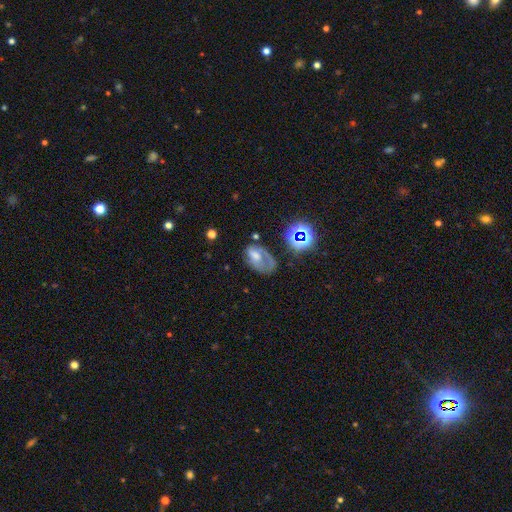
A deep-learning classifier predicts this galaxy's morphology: smooth-or-featured: featured or disk: 41% (tied) | smooth: 41% (tied) | star or artifact: 18%
  merging: none: 36% | major disturbance: 32% | minor disturbance: 27% | merger: 5%